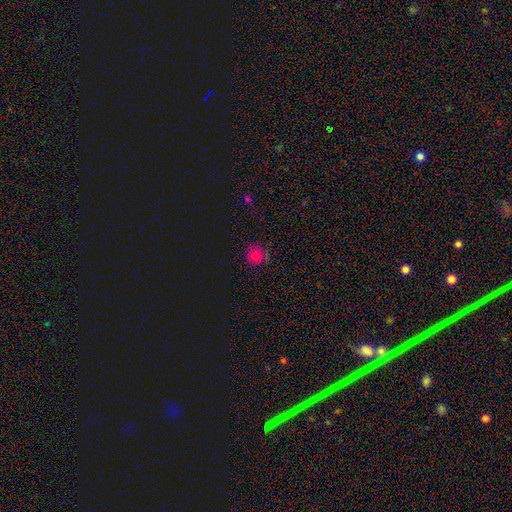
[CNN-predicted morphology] Overall: smooth (78%). How rounded: round (91%). Merging: none (80%).